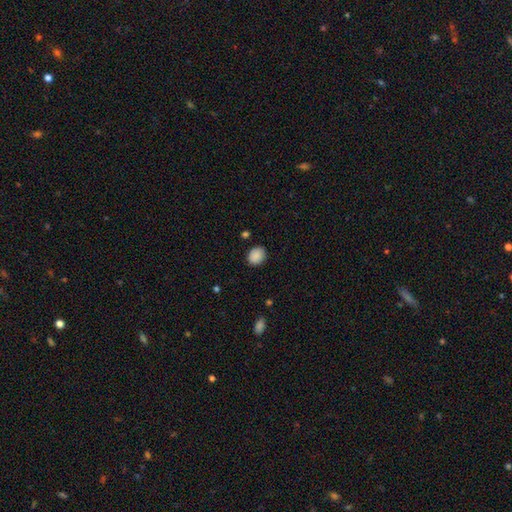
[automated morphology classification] Smooth or featured? Predicted: smooth (p=0.89). How rounded? Predicted: round (p=0.56). Merging? Predicted: none (p=0.86).